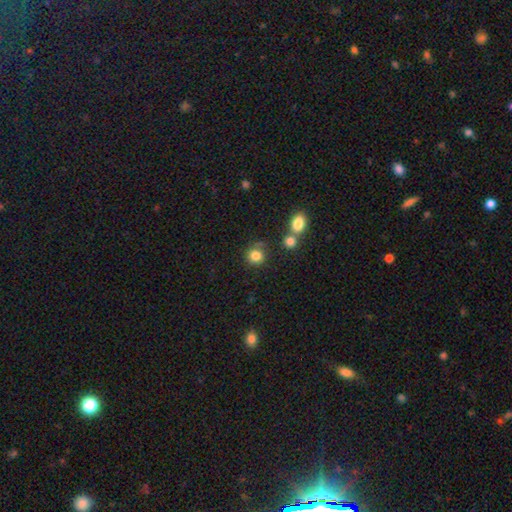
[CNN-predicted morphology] Smooth or featured: smooth — 83% (star or artifact — 11%)
How rounded: round — 87% (in between — 12%)
Merging: none — 72% (minor disturbance — 12%)